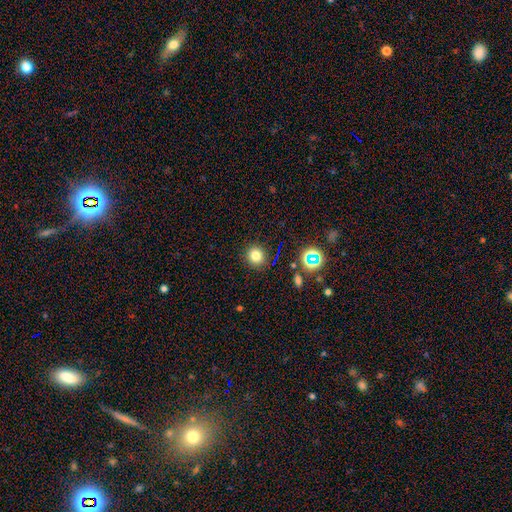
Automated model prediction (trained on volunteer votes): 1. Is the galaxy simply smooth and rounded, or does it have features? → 76% smooth, 17% star or artifact, 7% featured or disk.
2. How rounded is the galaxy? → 87% round, 12% in between, 1% cigar-shaped.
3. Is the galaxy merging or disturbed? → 88% none, 7% minor disturbance, 3% major disturbance, 2% merger.